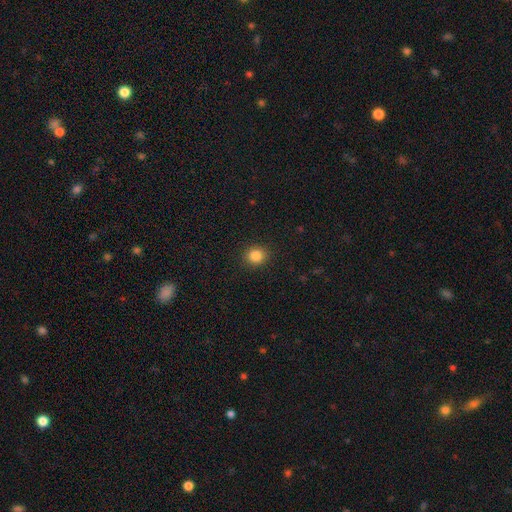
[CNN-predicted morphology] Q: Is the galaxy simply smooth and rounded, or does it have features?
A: smooth — 84%.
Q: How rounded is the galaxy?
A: round — 85%.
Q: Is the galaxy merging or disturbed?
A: none — 91%.